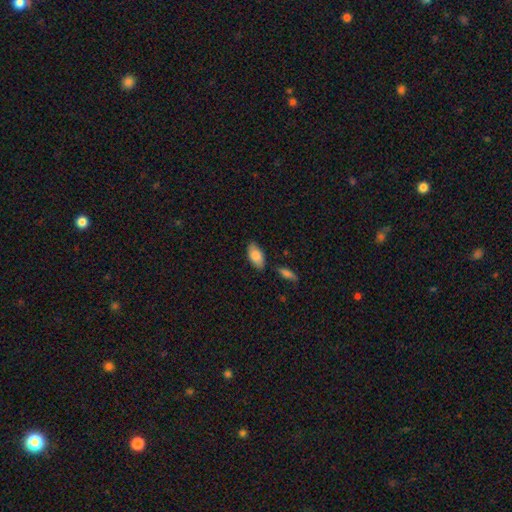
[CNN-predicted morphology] Smooth or featured?
  - smooth: 85% *
  - featured or disk: 9%
  - star or artifact: 6%
How rounded?
  - in between: 93% *
  - cigar-shaped: 4%
  - round: 3%
Merging?
  - none: 80% *
  - minor disturbance: 13%
  - merger: 4%
  - major disturbance: 3%